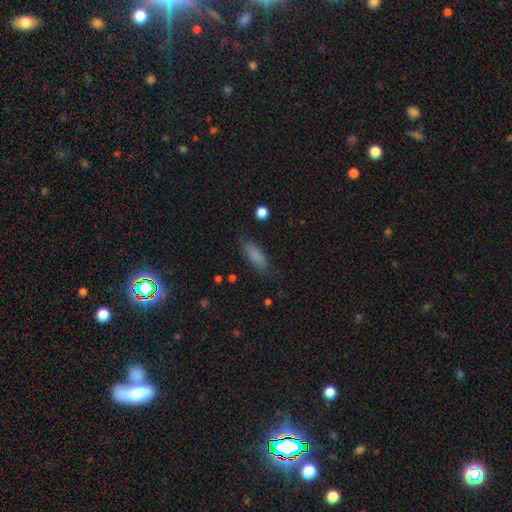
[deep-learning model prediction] Smooth or featured: smooth — 83% (star or artifact — 9%)
How rounded: in between — 63% (cigar-shaped — 35%)
Merging: none — 80% (minor disturbance — 15%)